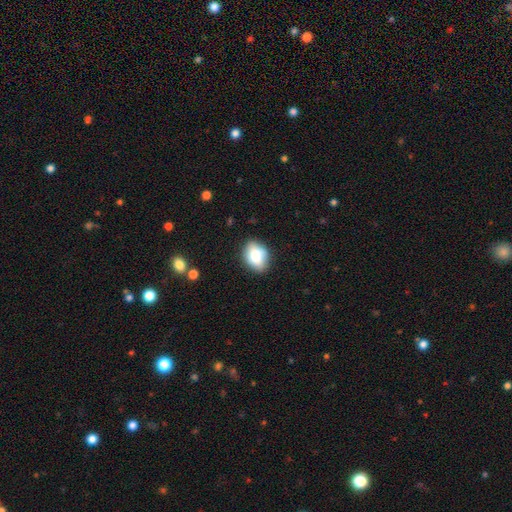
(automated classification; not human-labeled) Overall: smooth (78%). How rounded: in between (68%; round 31%). Merging: none (78%).